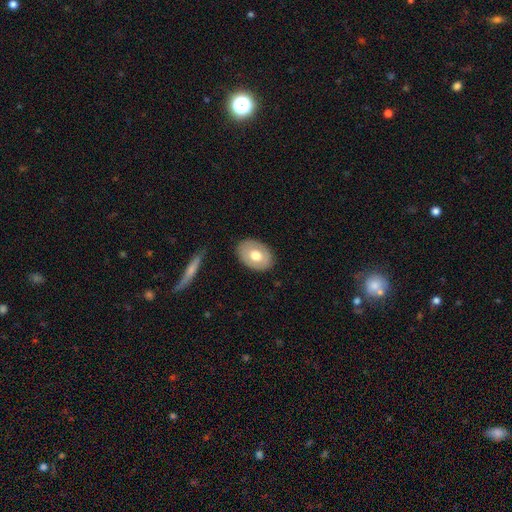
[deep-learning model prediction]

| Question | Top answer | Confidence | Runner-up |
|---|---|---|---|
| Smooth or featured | smooth | 63% | featured or disk (31%) |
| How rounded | in between | 79% | round (20%) |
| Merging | none | 85% | minor disturbance (11%) |